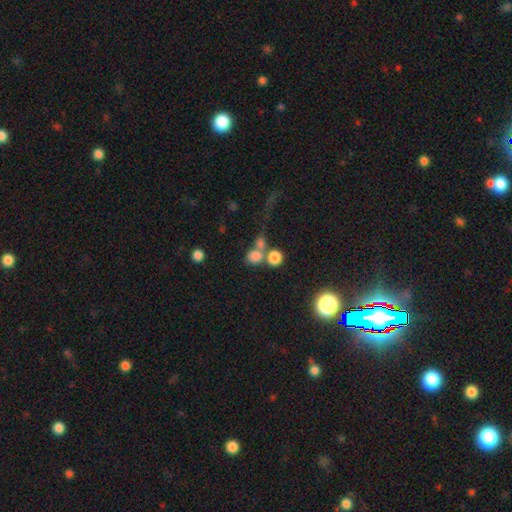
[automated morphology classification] Q: Smooth or featured?
A: smooth (76%); runner-up: star or artifact (14%)
Q: How rounded?
A: round (76%); runner-up: in between (23%)
Q: Merging?
A: merger (45%); runner-up: none (41%)